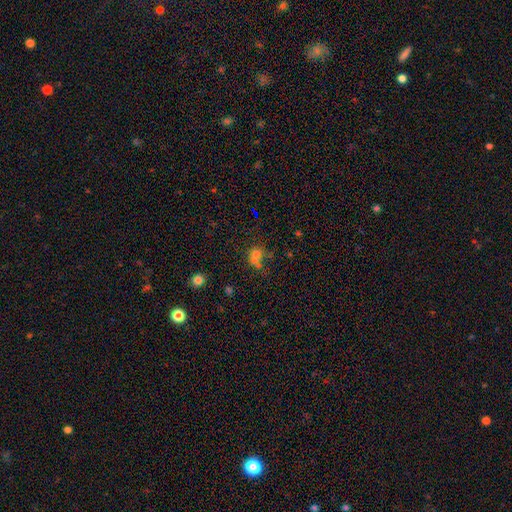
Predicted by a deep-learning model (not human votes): smooth 64%, star or artifact 21%, featured or disk 15%. Down the decision tree: how rounded — round (59%); merging — none (35%).